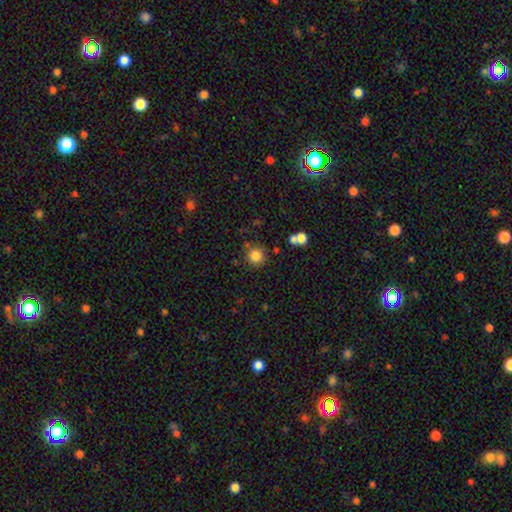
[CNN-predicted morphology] Overall: smooth (83%). How rounded: round (93%). Merging: none (81%).